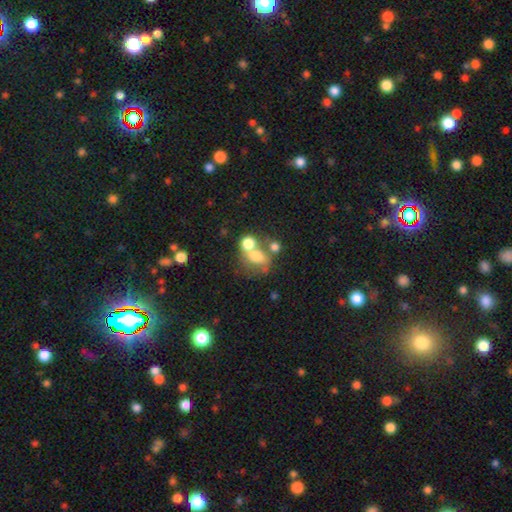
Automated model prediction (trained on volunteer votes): Smooth or featured? smooth (61%)
How rounded? round (56%)
Merging? merger (50%)